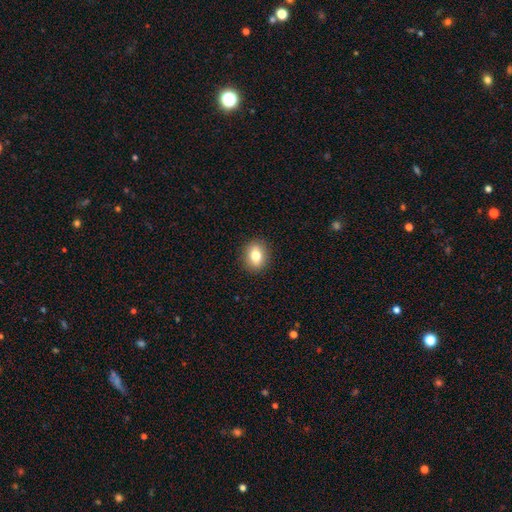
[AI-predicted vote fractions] Morphology: type=smooth (79%); roundness=round (52%); merging=none (90%).